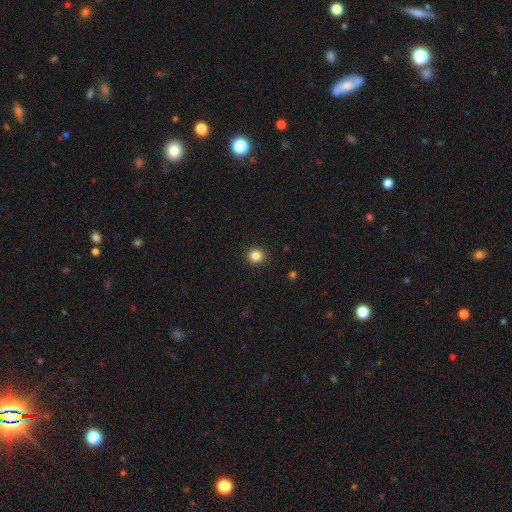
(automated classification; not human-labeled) Smooth or featured?
  - smooth: 85% *
  - star or artifact: 12%
  - featured or disk: 4%
How rounded?
  - round: 91% *
  - in between: 8%
  - cigar-shaped: 1%
Merging?
  - none: 92% *
  - minor disturbance: 5%
  - major disturbance: 2%
  - merger: 1%